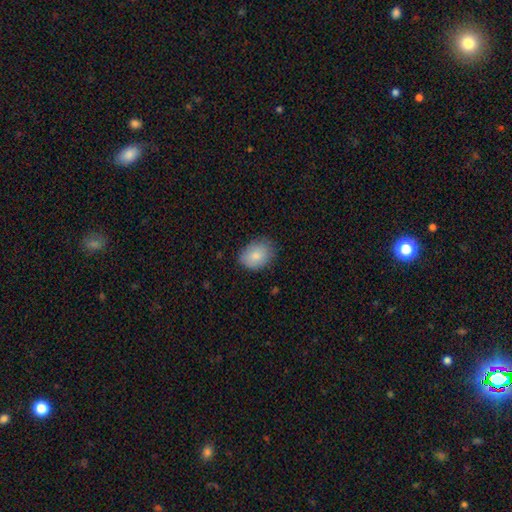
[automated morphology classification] This is clearly a smooth galaxy (84%). How rounded: likely in between (67%). Merging: likely none (77%).